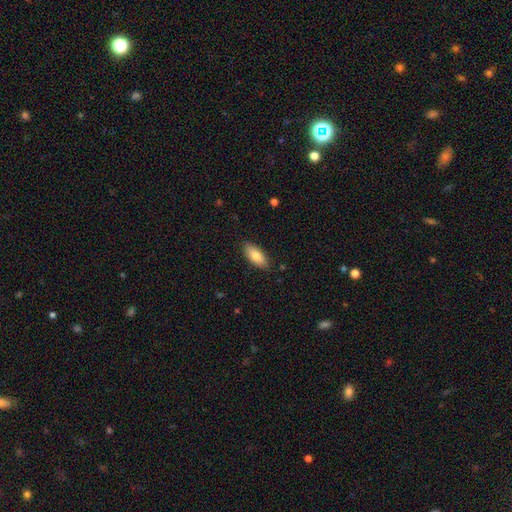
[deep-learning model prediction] smooth_or_featured: smooth (p=0.80) [alt: featured or disk p=0.14]
how_rounded: in between (p=0.82) [alt: cigar-shaped p=0.16]
merging: none (p=0.87) [alt: minor disturbance p=0.10]